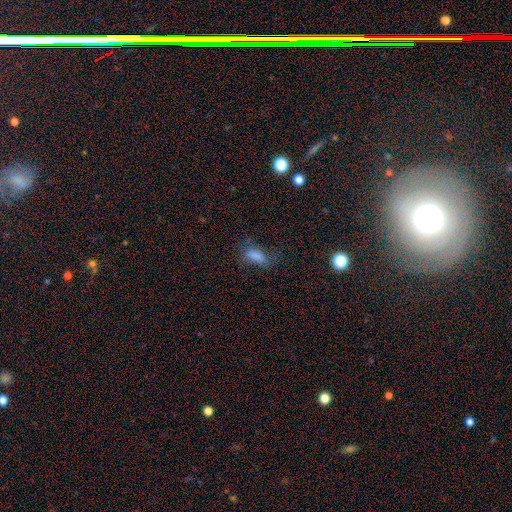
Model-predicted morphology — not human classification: Smooth or featured?
  - smooth: 73% *
  - star or artifact: 14%
  - featured or disk: 14%
How rounded?
  - in between: 85% *
  - cigar-shaped: 10%
  - round: 5%
Merging?
  - none: 47% *
  - minor disturbance: 26%
  - major disturbance: 24%
  - merger: 3%